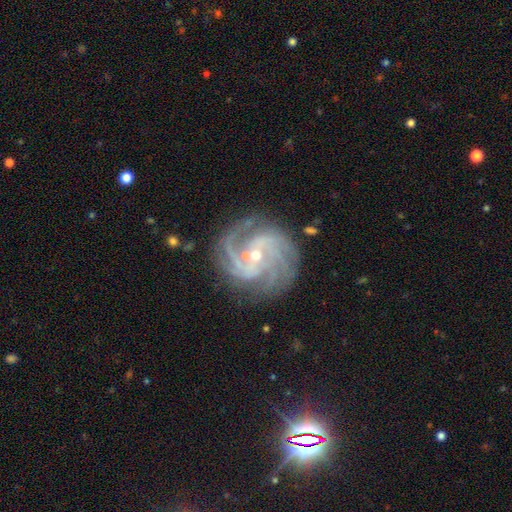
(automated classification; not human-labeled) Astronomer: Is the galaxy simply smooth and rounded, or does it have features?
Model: featured or disk — 90%.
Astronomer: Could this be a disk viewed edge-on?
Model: no — 98%.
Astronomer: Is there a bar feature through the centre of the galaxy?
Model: no — 52% (runner-up: weak, 36%).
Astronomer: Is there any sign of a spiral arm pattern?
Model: yes — 98%.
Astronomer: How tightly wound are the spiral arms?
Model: tight — 57% (runner-up: medium, 36%).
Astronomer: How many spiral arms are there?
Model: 4 — 28%, tied with 3 at 28%.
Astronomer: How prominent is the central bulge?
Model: small — 70%.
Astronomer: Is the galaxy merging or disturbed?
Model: none — 74%.